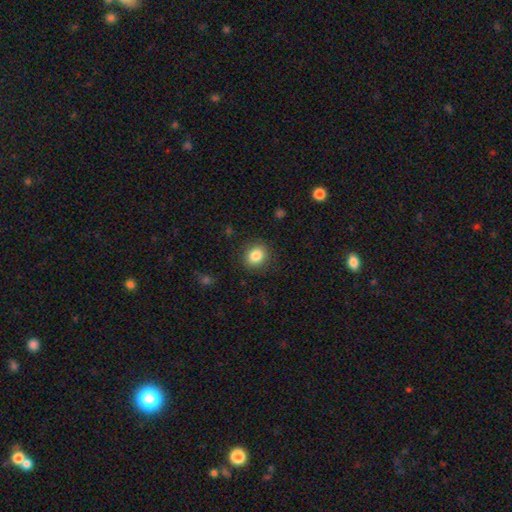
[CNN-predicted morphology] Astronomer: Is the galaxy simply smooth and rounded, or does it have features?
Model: smooth — 85%.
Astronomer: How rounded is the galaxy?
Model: round — 73%.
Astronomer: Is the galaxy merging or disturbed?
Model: none — 87%.